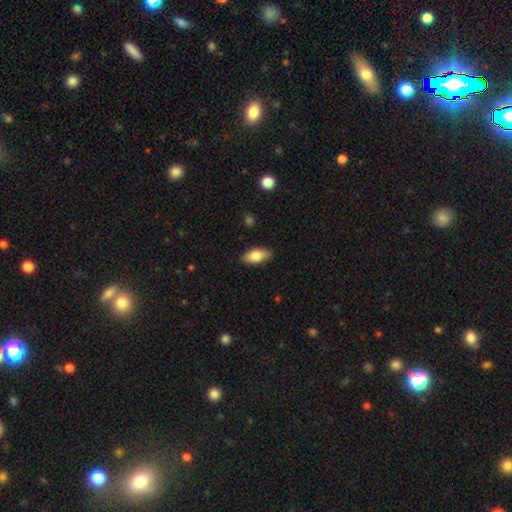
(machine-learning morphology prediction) smooth-or-featured: smooth: 81% | featured or disk: 13% | star or artifact: 6%
  how-rounded: in between: 89% | cigar-shaped: 9% | round: 3%
  merging: none: 86% | minor disturbance: 11% | major disturbance: 2% | merger: 1%